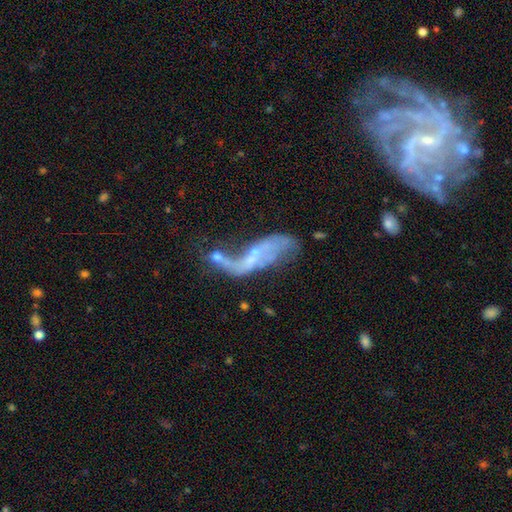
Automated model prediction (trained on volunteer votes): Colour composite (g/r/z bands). It shows a featured or disk galaxy (73%) with no bar (50%), spiral arms (63%) and a small central bulge (48%). Merging: merger (37%).